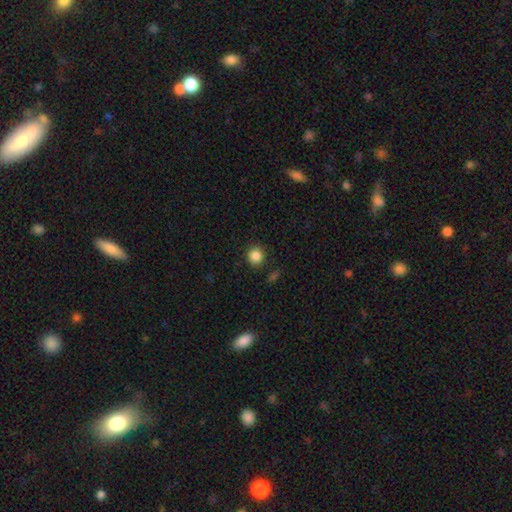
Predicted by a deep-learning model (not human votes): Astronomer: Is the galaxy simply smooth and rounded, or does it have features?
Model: smooth — 86%.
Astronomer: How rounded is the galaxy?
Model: round — 91%.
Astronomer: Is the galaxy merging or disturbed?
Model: none — 88%.